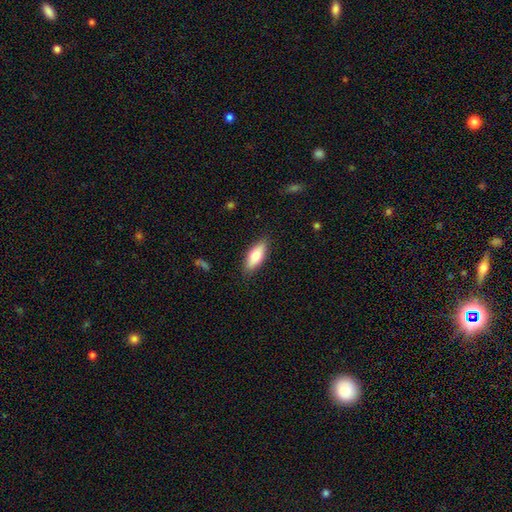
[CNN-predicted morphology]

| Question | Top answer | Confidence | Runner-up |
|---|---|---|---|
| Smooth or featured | smooth | 74% | featured or disk (20%) |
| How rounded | in between | 74% | cigar-shaped (24%) |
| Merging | none | 87% | minor disturbance (10%) |